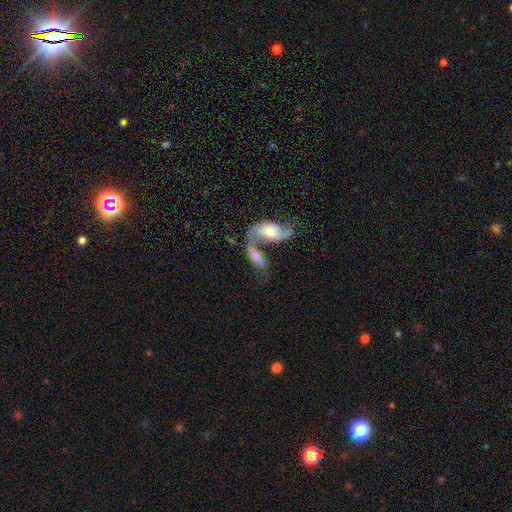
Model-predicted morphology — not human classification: A featured or disk galaxy (50%). Merging: merger (69%).